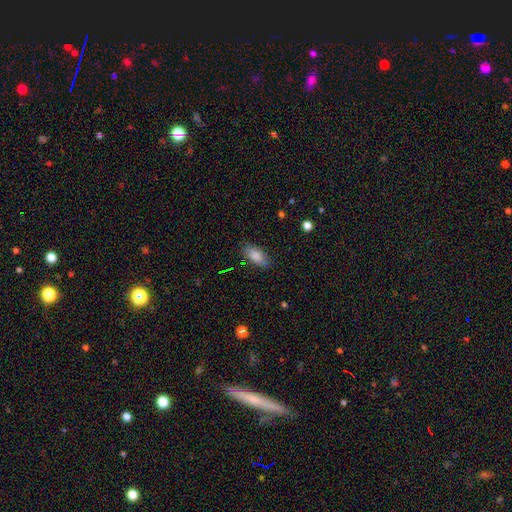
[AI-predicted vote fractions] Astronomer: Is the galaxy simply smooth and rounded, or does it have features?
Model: smooth — 85%.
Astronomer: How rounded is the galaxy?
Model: in between — 88%.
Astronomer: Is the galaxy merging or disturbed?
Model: none — 84%.